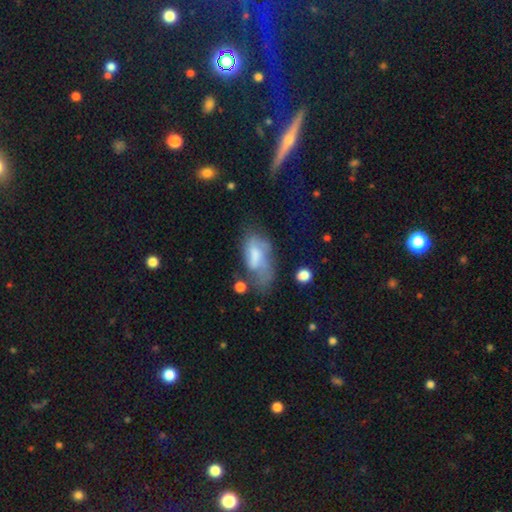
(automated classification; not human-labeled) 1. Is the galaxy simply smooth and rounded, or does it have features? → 47% smooth, 44% featured or disk, 10% star or artifact.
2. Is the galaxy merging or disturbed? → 39% major disturbance, 26% minor disturbance, 26% none, 9% merger.